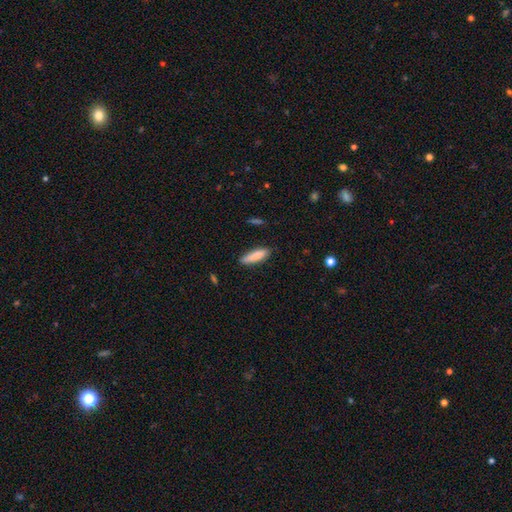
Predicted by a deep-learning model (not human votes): Smooth or featured: smooth — 84% (featured or disk — 10%)
How rounded: cigar-shaped — 62% (in between — 37%)
Merging: none — 81% (minor disturbance — 15%)